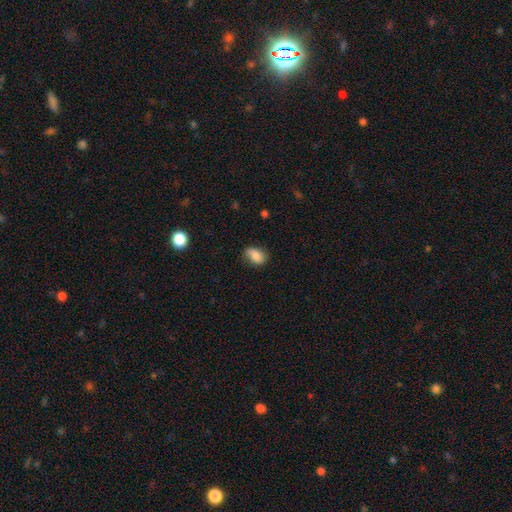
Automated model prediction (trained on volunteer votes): The model was most divided on "merging": none: 70%, minor disturbance: 23%, major disturbance: 5%, merger: 1%. More confident: how rounded — in between (85%); smooth or featured — smooth (83%).